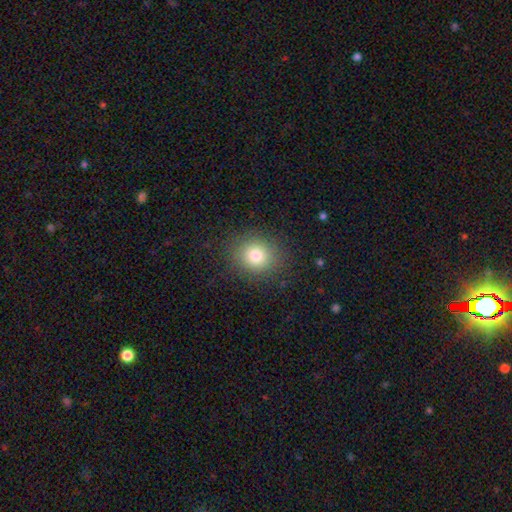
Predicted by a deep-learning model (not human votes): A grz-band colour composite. It shows a smooth galaxy with no disk features (80%) that is round (81%). Merging: none (87%).